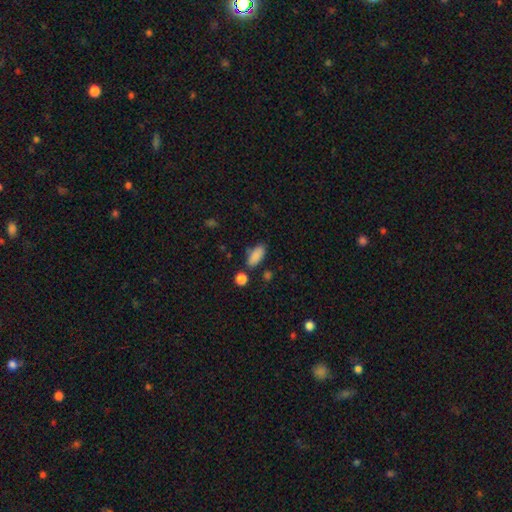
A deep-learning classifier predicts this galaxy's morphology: This appears to be a smooth galaxy with no disk features (87%) that is in between round and cigar-shaped (82%). Merging: none (75%).